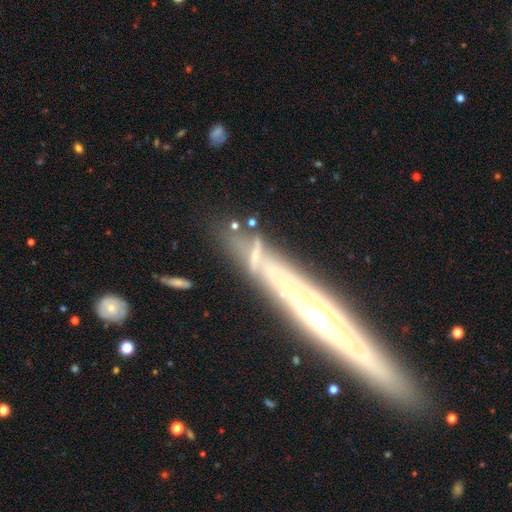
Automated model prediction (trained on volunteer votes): Smooth or featured?
  - featured or disk: 48% *
  - smooth: 33%
  - star or artifact: 19%
Merging?
  - none: 47% *
  - merger: 21%
  - minor disturbance: 18%
  - major disturbance: 15%